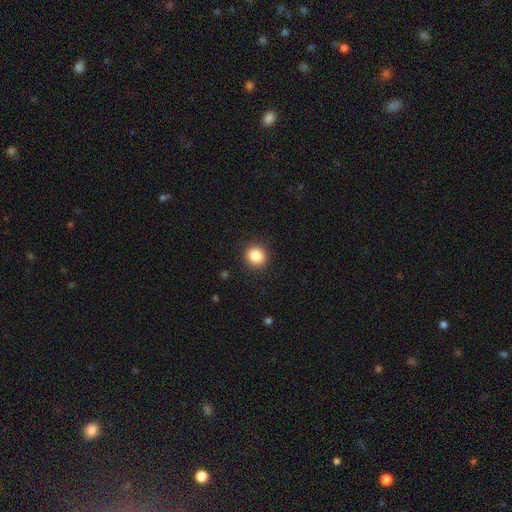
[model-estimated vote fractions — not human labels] Smooth or featured? Predicted: smooth (p=0.86). How rounded? Predicted: round (p=0.80). Merging? Predicted: none (p=0.90).